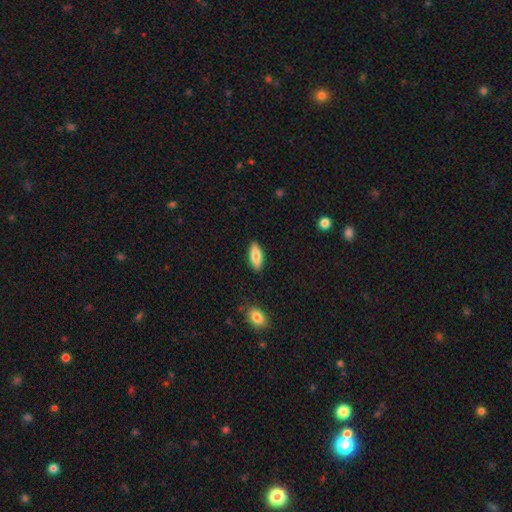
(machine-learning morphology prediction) Overall: smooth (78%). How rounded: in between (71%). Merging: none (87%).